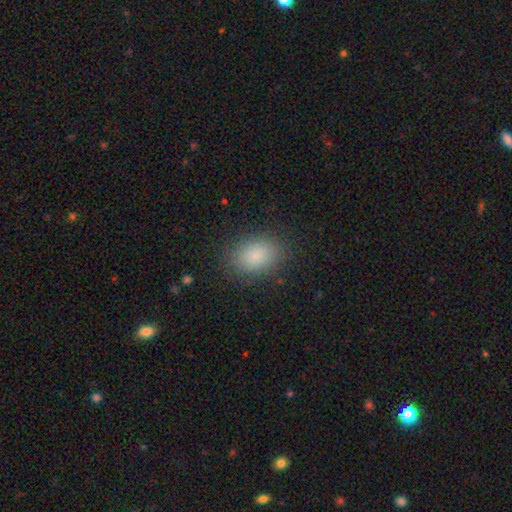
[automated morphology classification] Smooth or featured? smooth (85%)
How rounded? in between (79%)
Merging? none (85%)